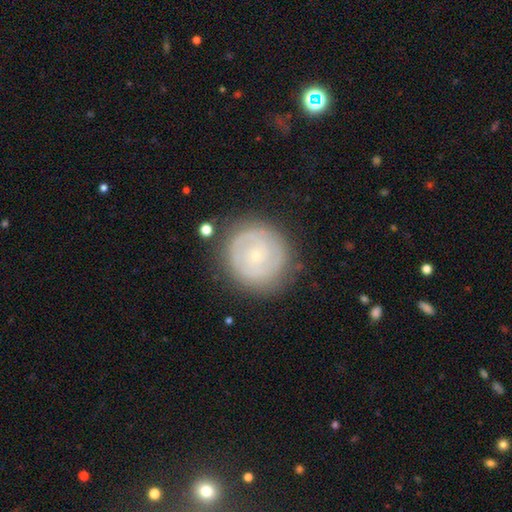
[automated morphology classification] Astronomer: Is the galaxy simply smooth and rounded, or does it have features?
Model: featured or disk — 65%.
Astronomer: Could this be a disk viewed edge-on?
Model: no — 98%.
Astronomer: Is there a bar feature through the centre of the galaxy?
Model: no — 83%.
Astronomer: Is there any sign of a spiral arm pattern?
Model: yes — 70%.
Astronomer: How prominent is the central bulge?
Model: small — 84%.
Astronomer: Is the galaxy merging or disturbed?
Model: none — 81%.